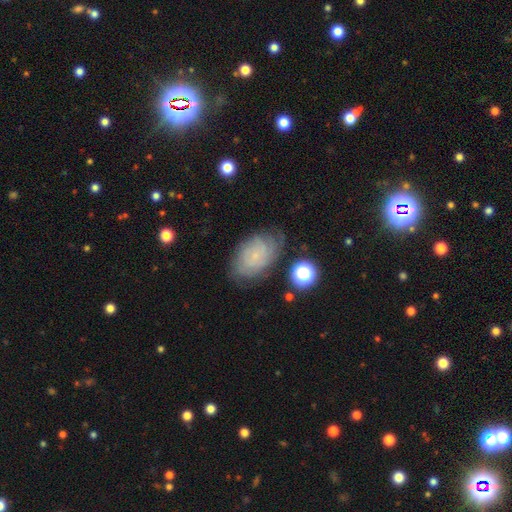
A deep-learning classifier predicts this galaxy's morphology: A featured or disk galaxy (52%).

Vote fractions:
- Smooth or featured? featured or disk: 52% / smooth: 36% / star or artifact: 11%
- Edge-on disk? no: 95% / yes: 5%
- Merging? none: 70% / minor disturbance: 20% / major disturbance: 7% / merger: 2%